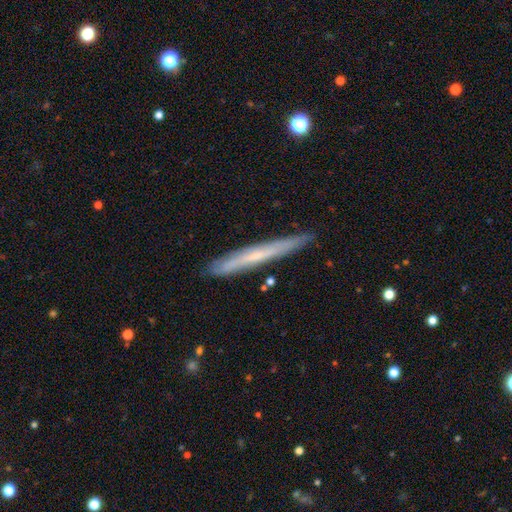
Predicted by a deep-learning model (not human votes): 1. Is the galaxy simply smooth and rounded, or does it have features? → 52% featured or disk, 41% smooth, 7% star or artifact.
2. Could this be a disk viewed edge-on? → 91% yes, 9% no.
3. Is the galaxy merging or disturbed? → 85% none, 11% minor disturbance, 2% major disturbance, 2% merger.